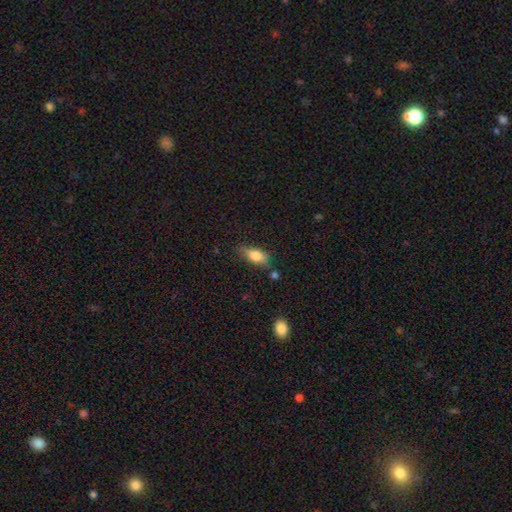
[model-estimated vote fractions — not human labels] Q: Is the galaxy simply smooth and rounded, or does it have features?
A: smooth — 76%.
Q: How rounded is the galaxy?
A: in between — 80%.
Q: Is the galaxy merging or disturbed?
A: none — 61%.